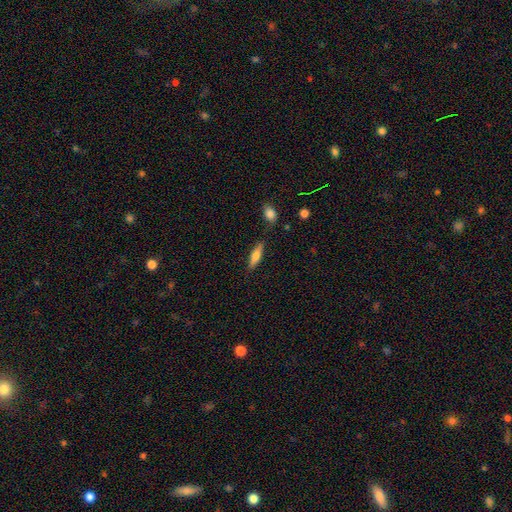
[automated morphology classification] Q: Smooth or featured?
A: smooth (68%); runner-up: featured or disk (26%)
Q: How rounded?
A: cigar-shaped (63%); runner-up: in between (35%)
Q: Merging?
A: none (79%); runner-up: minor disturbance (13%)